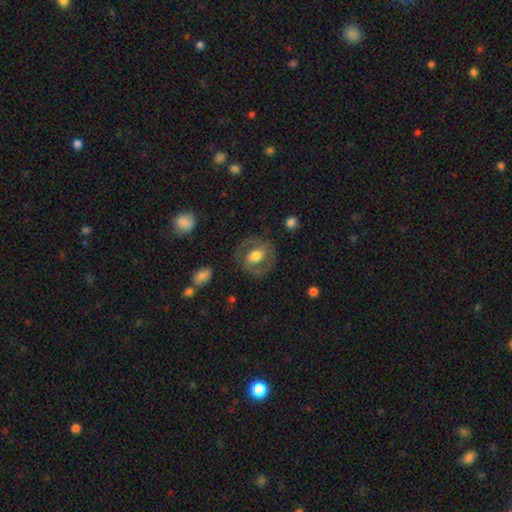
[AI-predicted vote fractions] Q: Smooth or featured?
A: featured or disk (57%); runner-up: smooth (36%)
Q: Edge-on disk?
A: no (95%); runner-up: yes (5%)
Q: Bar?
A: no (44%); runner-up: weak (34%)
Q: Spiral arms?
A: no (52%); runner-up: yes (48%)
Q: Bulge size?
A: moderate (62%); runner-up: large (25%)
Q: Merging?
A: none (78%); runner-up: minor disturbance (13%)